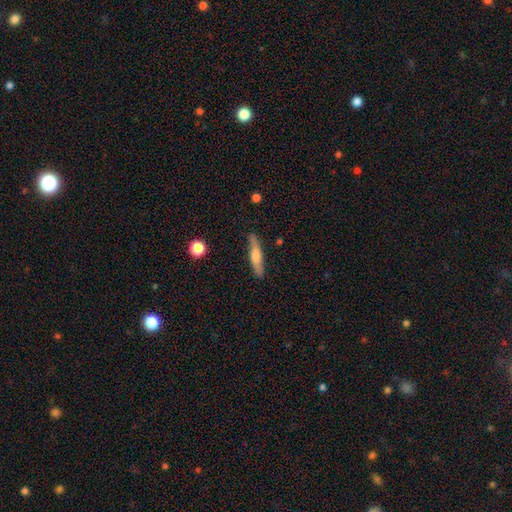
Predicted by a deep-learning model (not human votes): smooth-or-featured: featured or disk: 47% | smooth: 46% | star or artifact: 7%
  merging: none: 84% | minor disturbance: 12% | major disturbance: 2% | merger: 1%